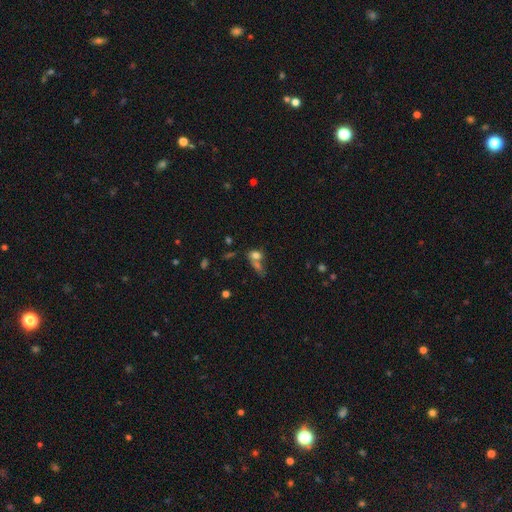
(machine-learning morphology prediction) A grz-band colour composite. It shows a smooth galaxy with no disk features (68%) that is in between round and cigar-shaped (64%). Merging: merger (50%).